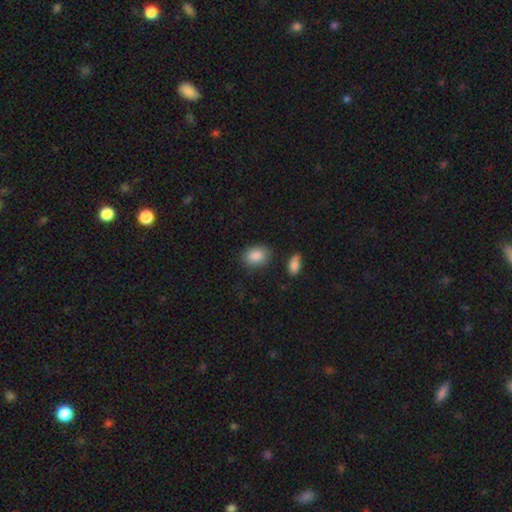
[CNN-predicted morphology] A smooth galaxy with no disk features (88%) that is in between round and cigar-shaped (74%). Merging: none (79%).